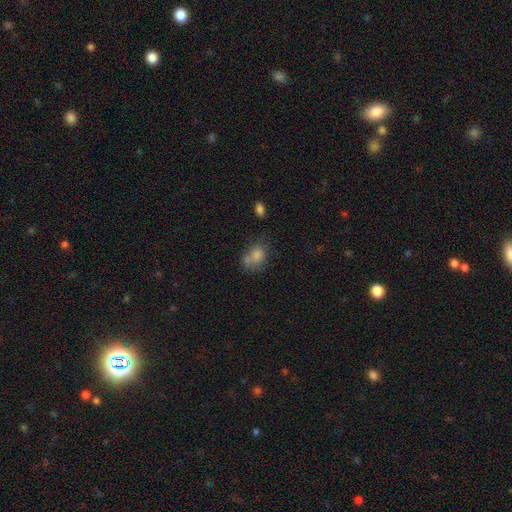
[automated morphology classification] Q: Smooth or featured?
A: smooth (76%); runner-up: featured or disk (12%)
Q: How rounded?
A: in between (64%); runner-up: round (34%)
Q: Merging?
A: none (38%); runner-up: merger (28%)